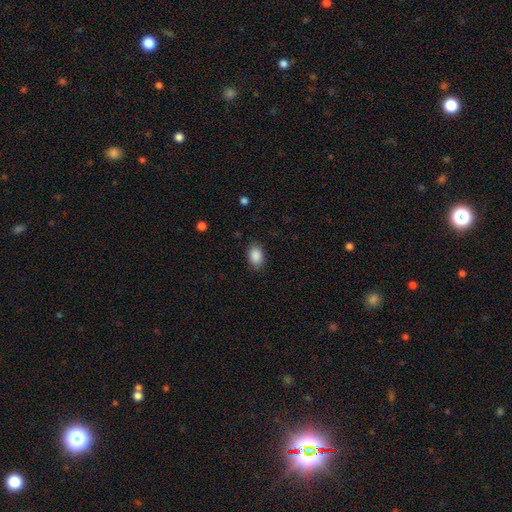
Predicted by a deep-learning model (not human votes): smooth_or_featured: smooth (p=0.89) [alt: star or artifact p=0.08]
how_rounded: in between (p=0.83) [alt: round p=0.16]
merging: none (p=0.84) [alt: minor disturbance p=0.12]